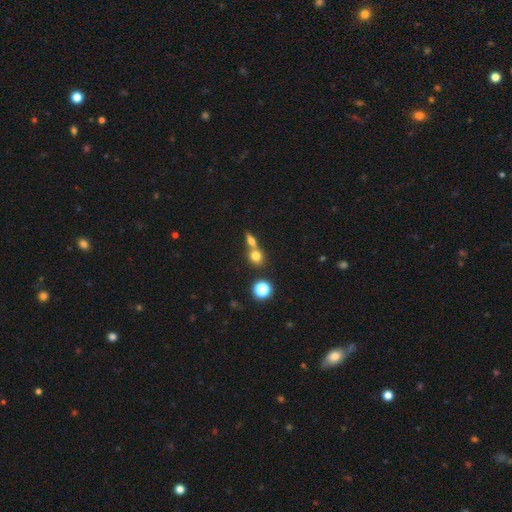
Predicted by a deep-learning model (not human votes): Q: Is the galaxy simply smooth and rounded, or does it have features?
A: smooth — 75%.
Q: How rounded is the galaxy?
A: round — 67%.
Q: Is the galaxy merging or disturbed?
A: merger — 51%.